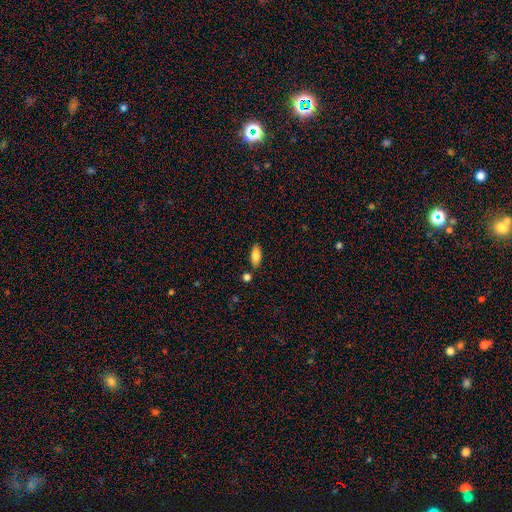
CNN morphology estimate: smooth 81%, featured or disk 12%, star or artifact 7%. Down the decision tree: how rounded — in between (82%); merging — none (80%).